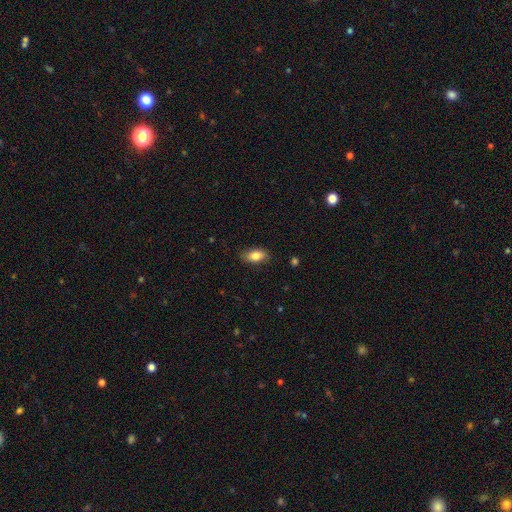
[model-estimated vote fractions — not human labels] The model was most divided on "merging": none: 85%, minor disturbance: 11%, major disturbance: 3%, merger: 1%. More confident: how rounded — in between (90%); smooth or featured — smooth (84%).